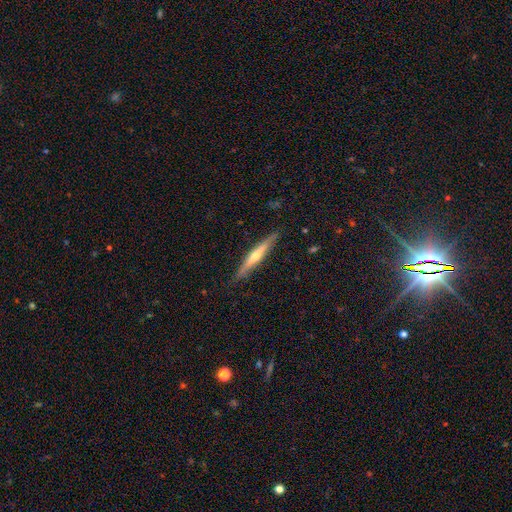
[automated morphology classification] This appears to be a featured or disk galaxy (62%) viewed edge-on (96%) with a rounded central bulge (78%). Merging: none (88%).